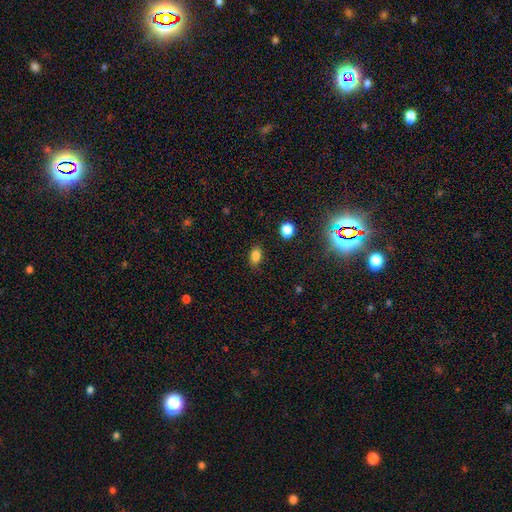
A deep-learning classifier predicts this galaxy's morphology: smooth_or_featured: smooth (p=0.84) [alt: star or artifact p=0.11]
how_rounded: in between (p=0.83) [alt: round p=0.15]
merging: none (p=0.84) [alt: minor disturbance p=0.11]